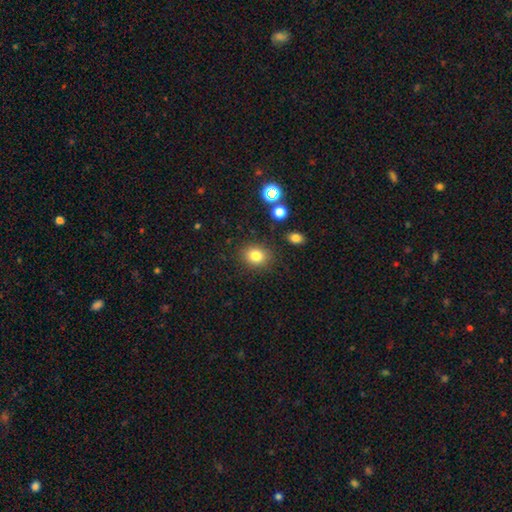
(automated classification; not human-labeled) Smooth or featured? smooth (81%)
How rounded? round (60%)
Merging? none (85%)